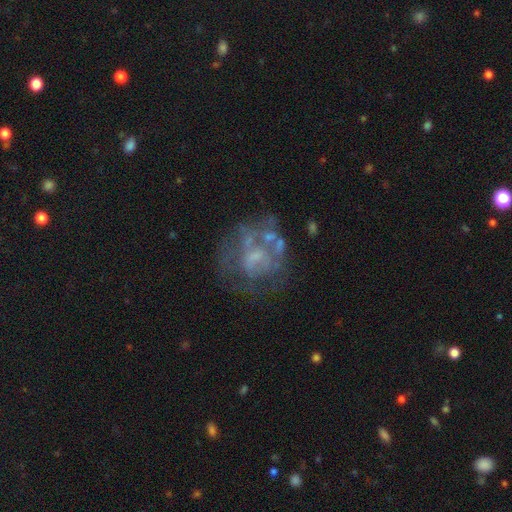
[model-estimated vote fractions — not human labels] Morphology: type=featured or disk (66%); edge-on=no (98%); bar=no (78%); spiral arms=no (78%); bulge=none (42%); merging=none (46%).